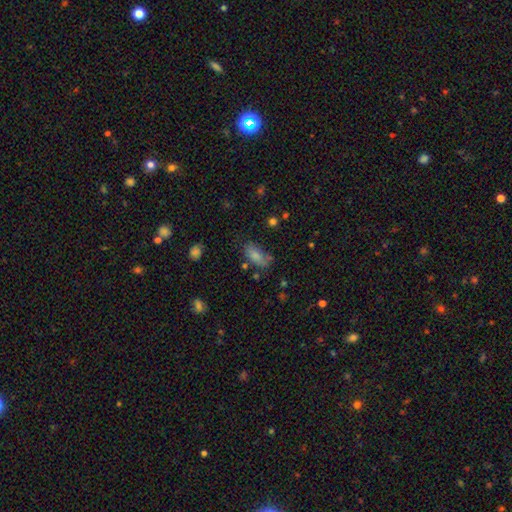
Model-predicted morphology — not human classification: Overall: smooth (79%). How rounded: in between (87%). Merging: none (57%; minor disturbance 26%).